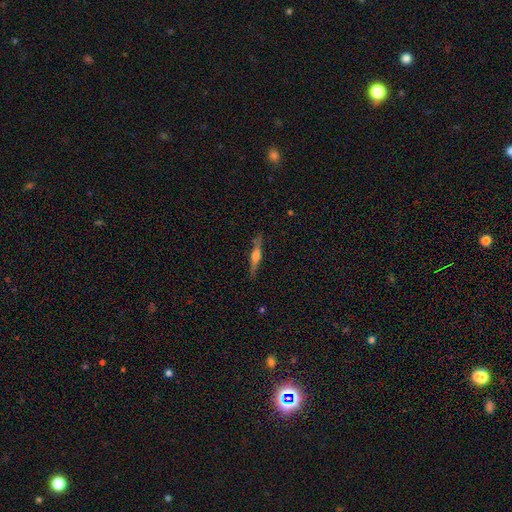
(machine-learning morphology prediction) The model was most divided on "smooth or featured": featured or disk: 63%, smooth: 30%, star or artifact: 7%. More confident: edge-on disk — yes (97%); merging — none (86%); edge-on bulge — rounded (77%).